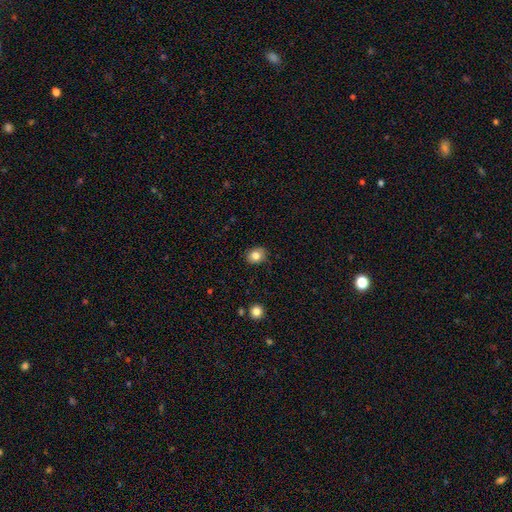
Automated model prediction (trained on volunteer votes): Overall: smooth (83%). How rounded: round (54%; in between 45%). Merging: none (85%).